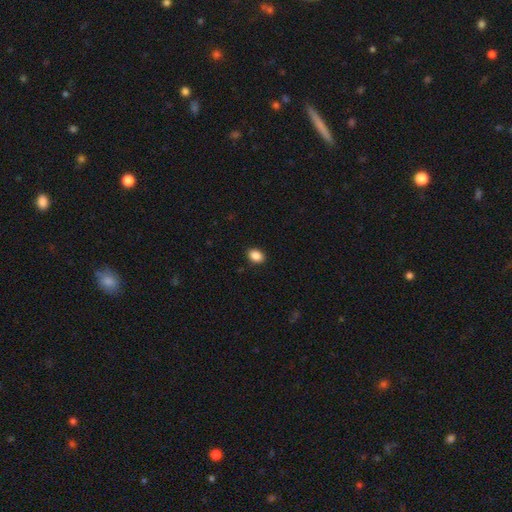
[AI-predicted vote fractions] A smooth galaxy with no disk features (88%) that is in between round and cigar-shaped (75%). Merging: none (90%).